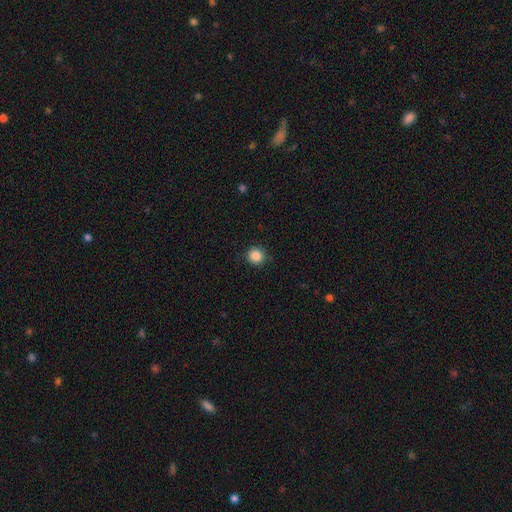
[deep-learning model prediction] smooth_or_featured: smooth (p=0.87) [alt: star or artifact p=0.10]
how_rounded: round (p=0.91) [alt: in between p=0.08]
merging: none (p=0.89) [alt: minor disturbance p=0.08]